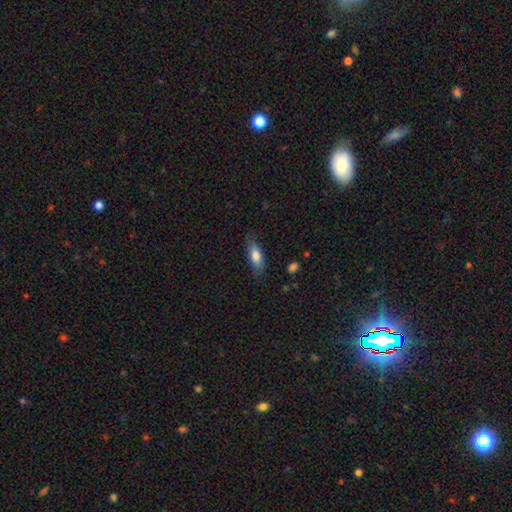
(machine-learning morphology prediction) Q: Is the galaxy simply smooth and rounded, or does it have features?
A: smooth — 78%.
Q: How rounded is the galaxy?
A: in between — 73%.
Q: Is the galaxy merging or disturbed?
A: none — 79%.